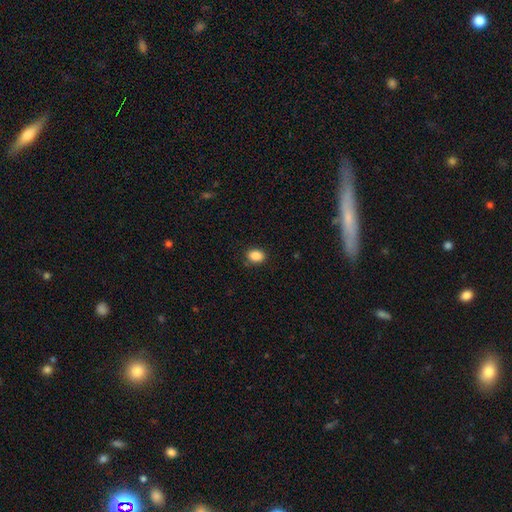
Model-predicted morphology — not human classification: Smooth or featured? smooth (87%)
How rounded? in between (59%)
Merging? none (87%)